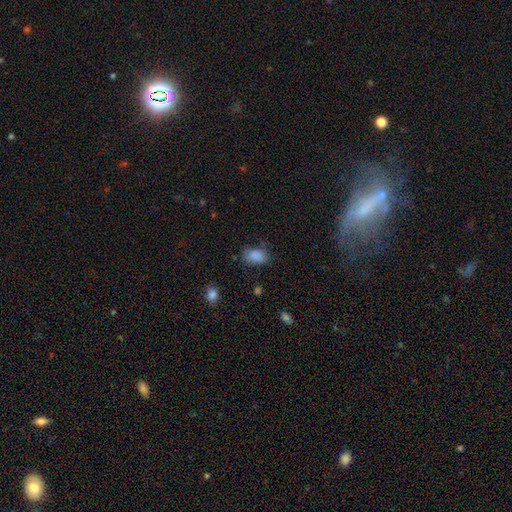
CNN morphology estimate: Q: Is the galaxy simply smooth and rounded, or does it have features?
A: smooth — 85%.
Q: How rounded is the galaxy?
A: in between — 86%.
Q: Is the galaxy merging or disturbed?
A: none — 66%.